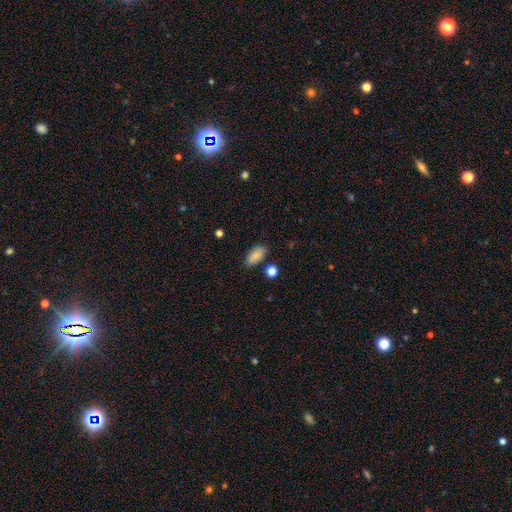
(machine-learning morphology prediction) This is clearly a smooth galaxy (85%). How rounded: clearly in between (91%). Merging: likely none (78%).